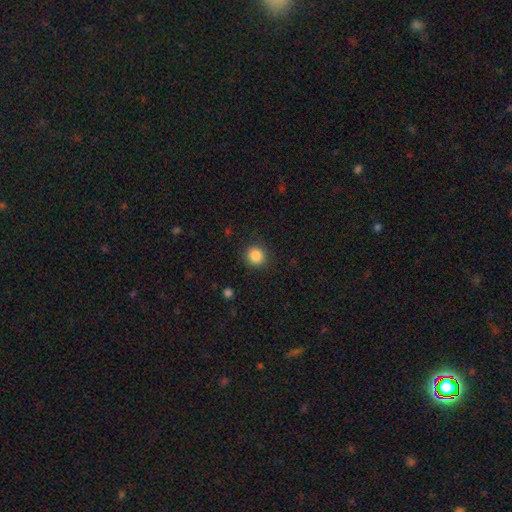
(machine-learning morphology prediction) Smooth or featured?
  - smooth: 86% *
  - star or artifact: 10%
  - featured or disk: 4%
How rounded?
  - round: 91% *
  - in between: 8%
  - cigar-shaped: 1%
Merging?
  - none: 89% *
  - minor disturbance: 7%
  - major disturbance: 3%
  - merger: 1%